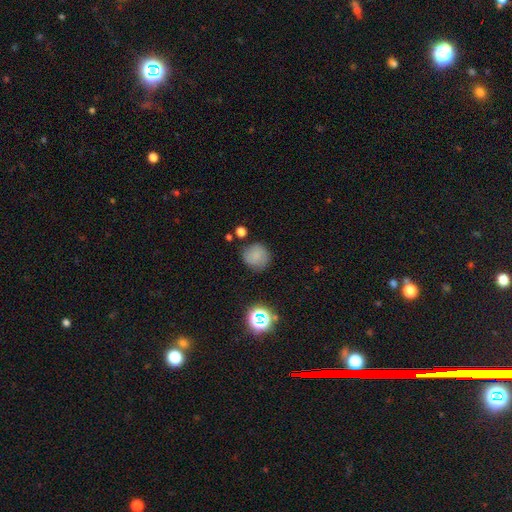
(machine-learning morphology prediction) Overall: smooth (77%). How rounded: round (91%). Merging: none (77%).